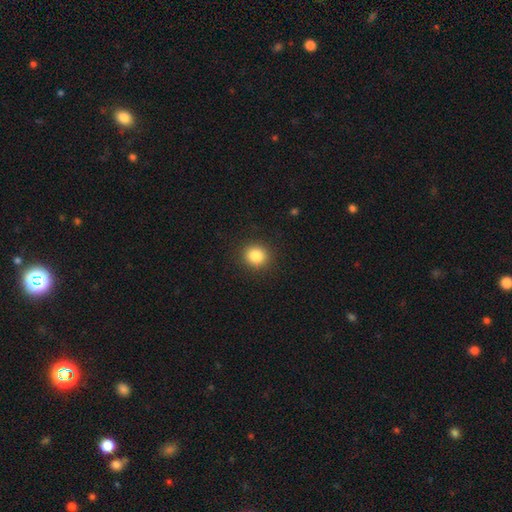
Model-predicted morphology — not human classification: Smooth or featured? smooth (85%)
How rounded? round (85%)
Merging? none (90%)